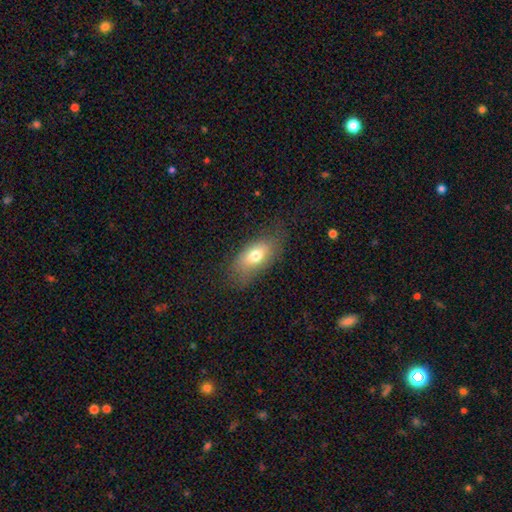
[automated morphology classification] type=smooth (70%); roundness=in between (87%); merging=none (69%).